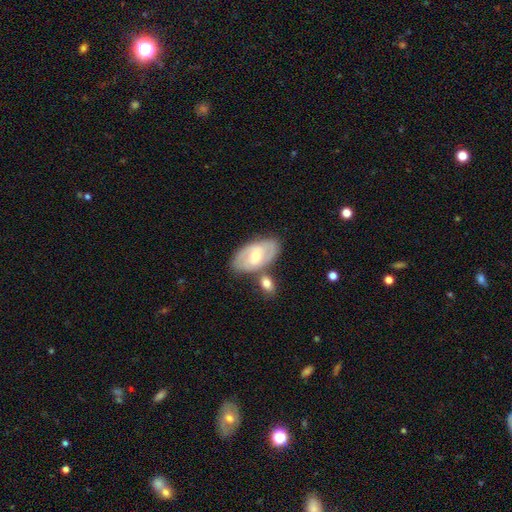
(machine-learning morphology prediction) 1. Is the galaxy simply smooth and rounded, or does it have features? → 68% featured or disk, 26% smooth, 5% star or artifact.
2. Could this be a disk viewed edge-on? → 93% no, 7% yes.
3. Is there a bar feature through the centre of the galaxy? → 49% weak, 31% no, 20% strong.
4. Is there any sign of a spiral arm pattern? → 78% yes, 22% no.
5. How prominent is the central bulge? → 62% moderate, 33% small, 3% large, 1% none, 1% dominant.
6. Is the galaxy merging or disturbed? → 65% none, 17% merger, 15% minor disturbance, 4% major disturbance.